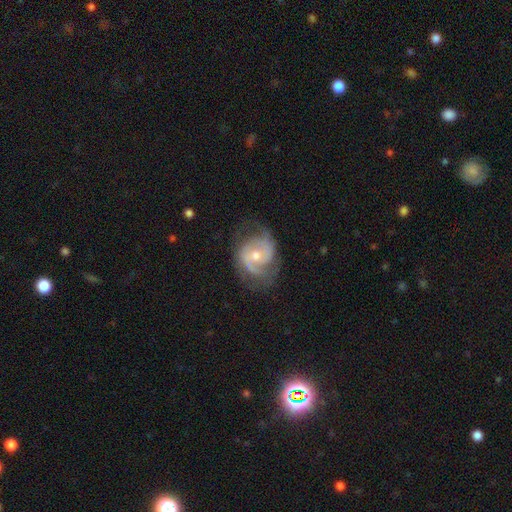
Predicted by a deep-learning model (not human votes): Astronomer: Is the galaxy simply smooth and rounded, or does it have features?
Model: featured or disk — 81%.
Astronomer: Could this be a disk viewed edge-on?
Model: no — 97%.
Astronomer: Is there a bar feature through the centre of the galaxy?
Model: no — 61%.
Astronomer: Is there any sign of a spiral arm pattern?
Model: yes — 93%.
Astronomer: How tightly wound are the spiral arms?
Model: medium — 45% (runner-up: tight, 35%).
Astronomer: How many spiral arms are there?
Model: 2 — 68%.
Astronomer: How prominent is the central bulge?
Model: moderate — 56% (runner-up: small, 40%).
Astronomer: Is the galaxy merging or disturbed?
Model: none — 64%.